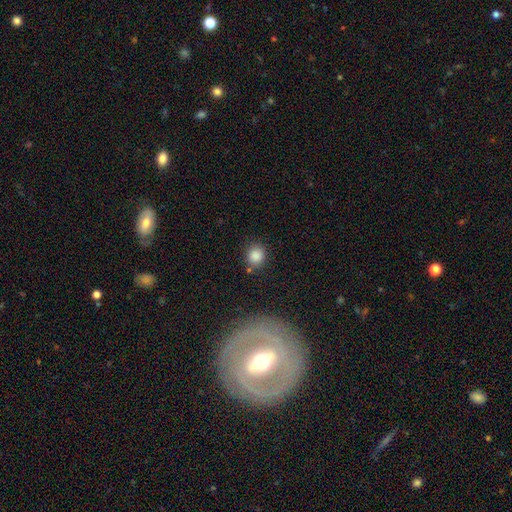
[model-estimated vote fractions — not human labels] Smooth or featured?
  - smooth: 86% *
  - star or artifact: 10%
  - featured or disk: 4%
How rounded?
  - round: 79% *
  - in between: 20%
  - cigar-shaped: 1%
Merging?
  - none: 78% *
  - minor disturbance: 12%
  - merger: 6%
  - major disturbance: 4%